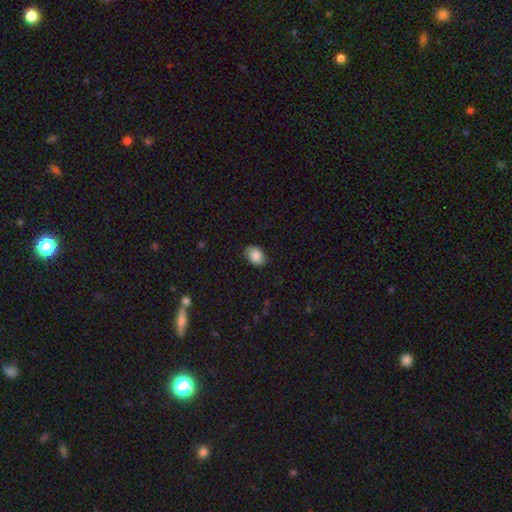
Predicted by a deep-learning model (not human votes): smooth 81%, featured or disk 11%, star or artifact 8%. Down the decision tree: how rounded — in between (73%); merging — none (77%).